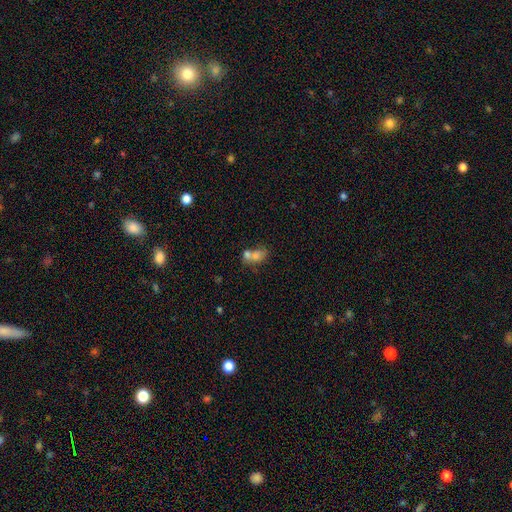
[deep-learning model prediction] smooth 70%, featured or disk 17%, star or artifact 12%. Down the decision tree: how rounded — in between (69%); merging — merger (60%).